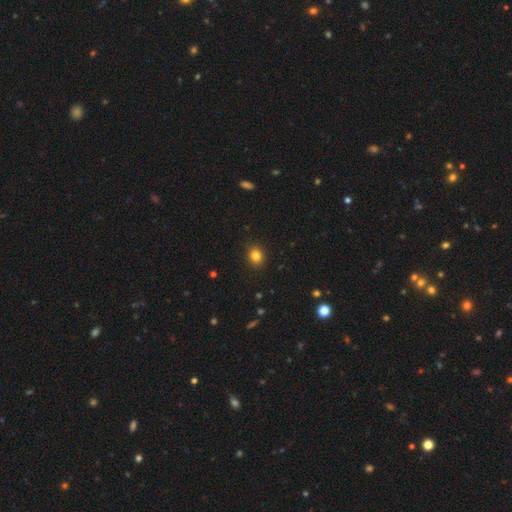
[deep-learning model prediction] Smooth or featured? smooth (82%)
How rounded? round (76%)
Merging? none (91%)